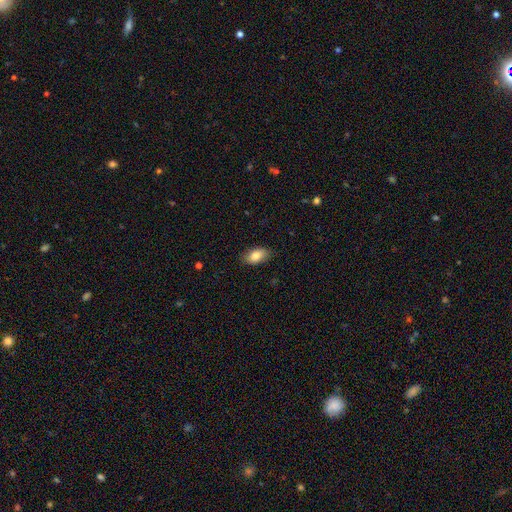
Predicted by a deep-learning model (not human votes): Smooth or featured?
  - smooth: 83% *
  - featured or disk: 10%
  - star or artifact: 7%
How rounded?
  - in between: 92% *
  - round: 5%
  - cigar-shaped: 3%
Merging?
  - none: 85% *
  - minor disturbance: 12%
  - major disturbance: 2%
  - merger: 1%